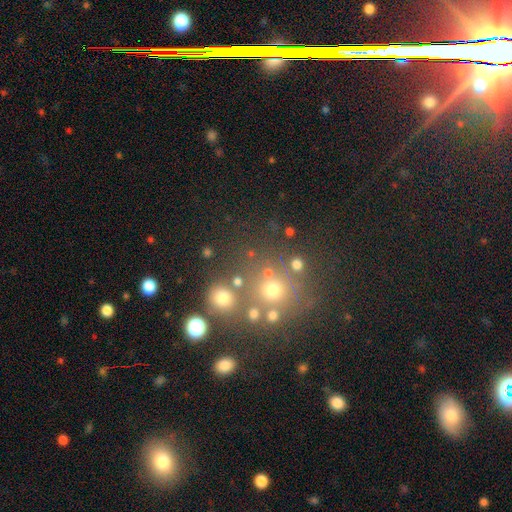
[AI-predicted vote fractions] This appears to be a smooth galaxy with no disk features (44%). Merging: none (63%).